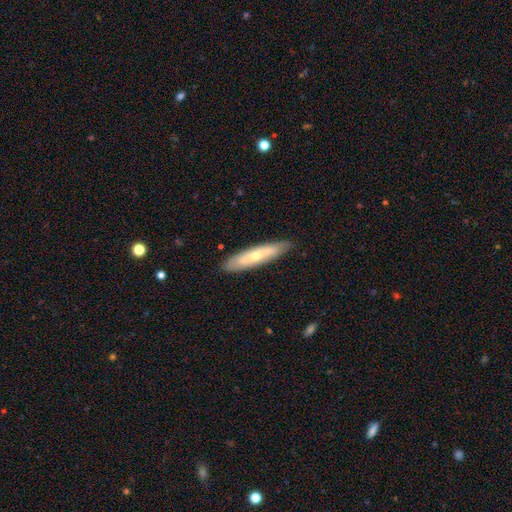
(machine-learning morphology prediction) Smooth or featured: smooth — 51% (featured or disk — 43%)
How rounded: cigar-shaped — 79% (in between — 19%)
Merging: none — 87% (minor disturbance — 10%)